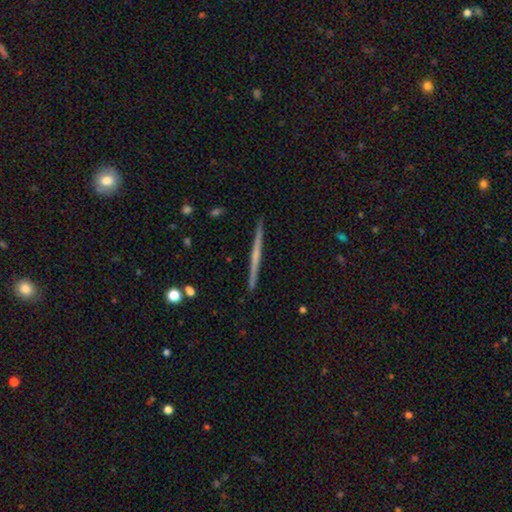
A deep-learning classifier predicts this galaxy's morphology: Smooth or featured? Predicted: featured or disk (p=0.68). Edge-on disk? Predicted: yes (p=0.98). Edge-on bulge? Predicted: none (p=0.61). Merging? Predicted: none (p=0.93).